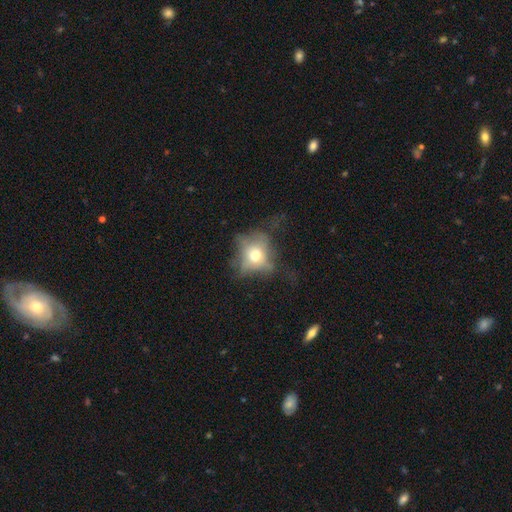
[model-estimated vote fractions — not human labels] Overall: smooth (57%; featured or disk 29%). How rounded: round (65%; in between 33%). Merging: none (39%; major disturbance 34%).